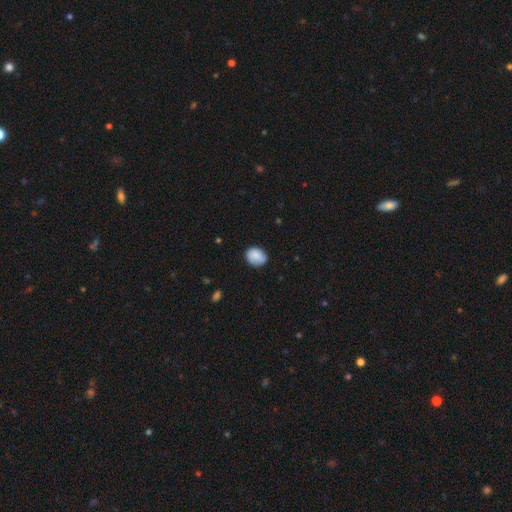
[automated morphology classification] A smooth galaxy with no disk features (85%) that is round (51%).

Vote fractions:
- Smooth or featured? smooth: 85% / featured or disk: 8% / star or artifact: 7%
- How rounded? round: 51% / in between: 49% / cigar-shaped: 1%
- Merging? none: 75% / minor disturbance: 20% / major disturbance: 4% / merger: 1%